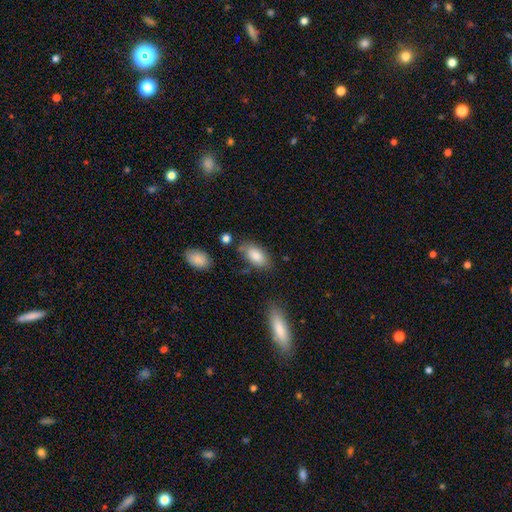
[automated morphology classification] smooth-or-featured: smooth: 86% | featured or disk: 8% | star or artifact: 7%
  how-rounded: in between: 93% | cigar-shaped: 4% | round: 3%
  merging: none: 72% | minor disturbance: 19% | merger: 5% | major disturbance: 5%